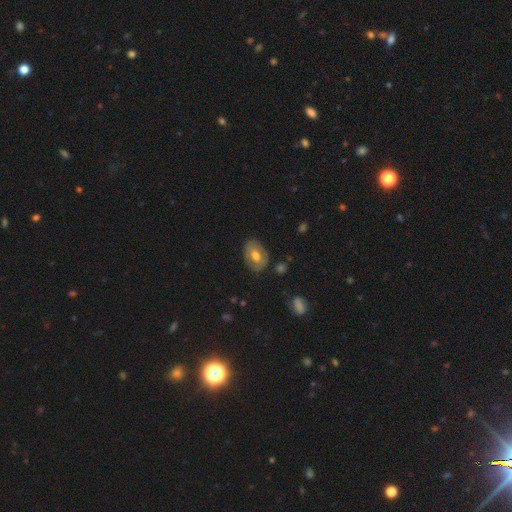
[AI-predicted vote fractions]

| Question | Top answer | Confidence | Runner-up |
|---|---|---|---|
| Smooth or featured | smooth | 56% | featured or disk (38%) |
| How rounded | in between | 75% | round (23%) |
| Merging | none | 79% | minor disturbance (16%) |